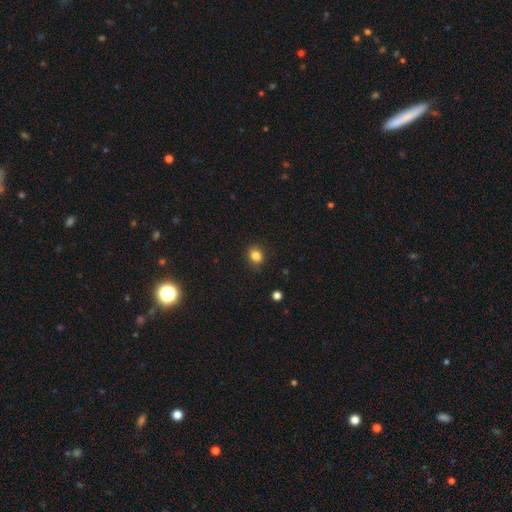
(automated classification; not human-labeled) The model was most divided on "how rounded": round: 51%, in between: 48%, cigar-shaped: 1%. More confident: smooth or featured — smooth (84%); merging — none (83%).